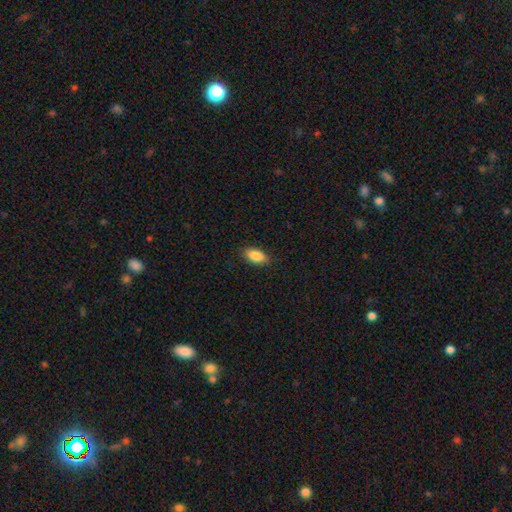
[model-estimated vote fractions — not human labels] A smooth galaxy with no disk features (87%) that is in between round and cigar-shaped (90%).

Vote fractions:
- Smooth or featured? smooth: 87% / star or artifact: 7% / featured or disk: 6%
- How rounded? in between: 90% / cigar-shaped: 7% / round: 3%
- Merging? none: 87% / minor disturbance: 10% / major disturbance: 2% / merger: 1%